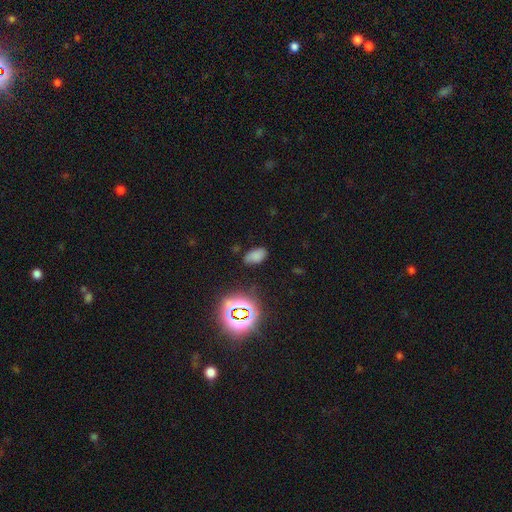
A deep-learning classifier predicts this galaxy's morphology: The model was most divided on "smooth or featured": smooth: 69%, star or artifact: 23%, featured or disk: 9%. More confident: how rounded — in between (92%); merging — none (75%).